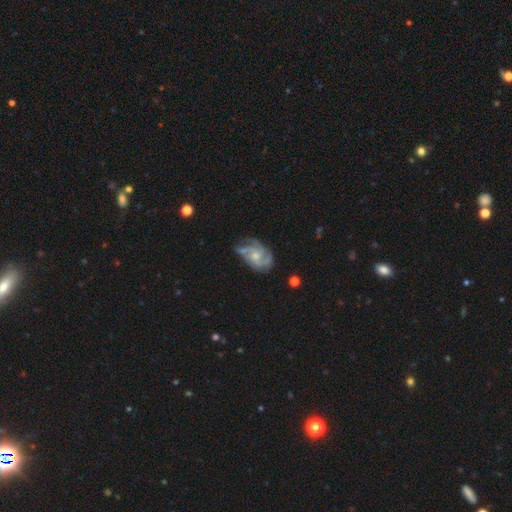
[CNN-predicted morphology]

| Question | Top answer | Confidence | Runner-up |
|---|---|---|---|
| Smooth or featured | featured or disk | 84% | smooth (10%) |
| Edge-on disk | no | 98% | yes (2%) |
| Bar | no | 70% | weak (26%) |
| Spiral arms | yes | 95% | no (5%) |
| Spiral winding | tight | 45% | medium (43%) |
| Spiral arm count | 3 | 43% | 4 (18%) |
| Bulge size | small | 49% | moderate (44%) |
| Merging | none | 59% | minor disturbance (25%) |